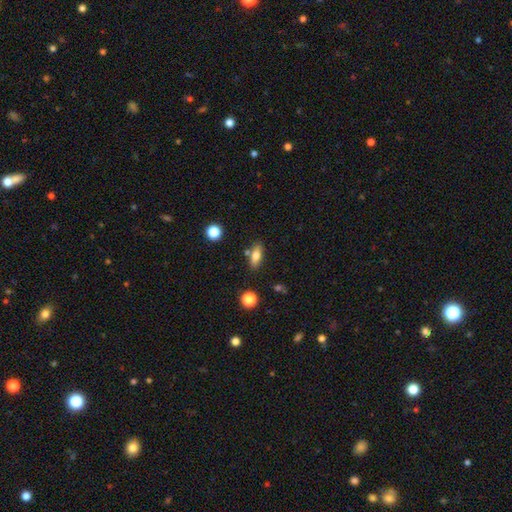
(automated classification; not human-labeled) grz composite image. It shows a smooth galaxy with no disk features (76%) that is in between round and cigar-shaped (76%). Merging: none (78%).